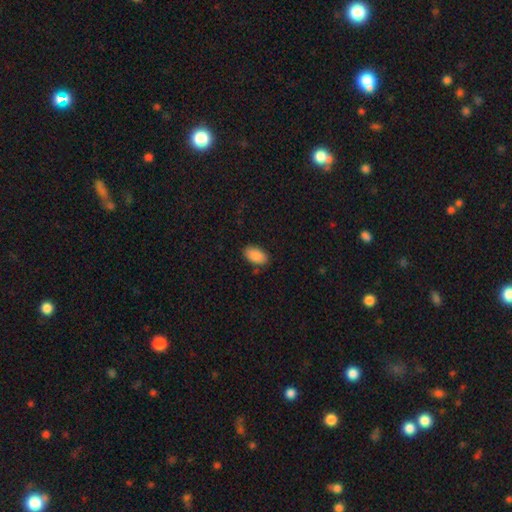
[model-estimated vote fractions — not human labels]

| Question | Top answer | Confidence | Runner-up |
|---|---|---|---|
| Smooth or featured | smooth | 90% | star or artifact (7%) |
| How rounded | in between | 95% | round (4%) |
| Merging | none | 85% | minor disturbance (11%) |